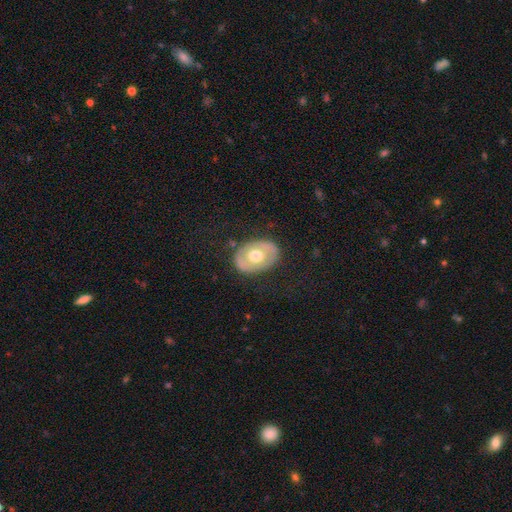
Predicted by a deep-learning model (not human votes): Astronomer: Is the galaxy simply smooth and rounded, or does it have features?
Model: smooth — 50% (runner-up: featured or disk, 44%).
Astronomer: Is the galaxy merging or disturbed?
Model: none — 81%.